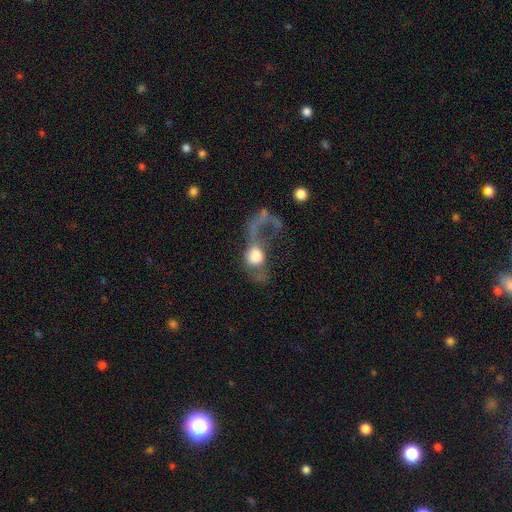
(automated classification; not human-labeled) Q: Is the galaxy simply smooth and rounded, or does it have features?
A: smooth — 48%.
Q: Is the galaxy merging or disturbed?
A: major disturbance — 66%.